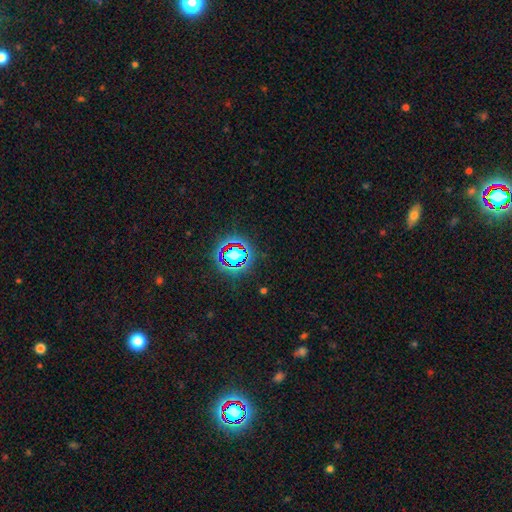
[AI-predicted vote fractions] star or artifact 78%, smooth 14%, featured or disk 8%.